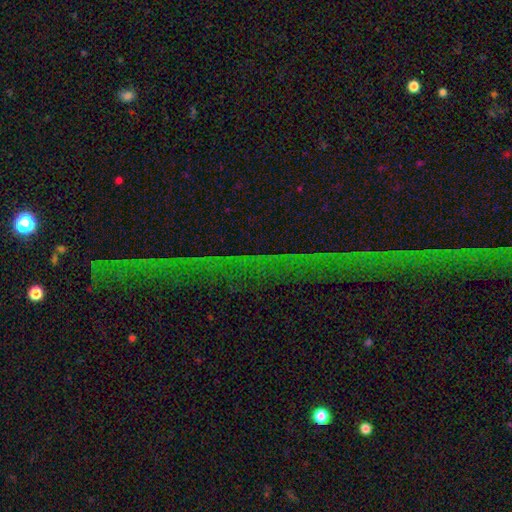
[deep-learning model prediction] The model was most divided on "smooth or featured": star or artifact: 80%, featured or disk: 11%, smooth: 9%.